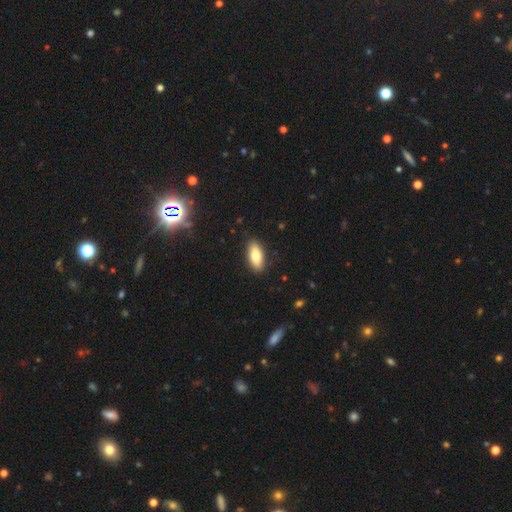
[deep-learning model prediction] smooth 78%, featured or disk 15%, star or artifact 7%. Down the decision tree: how rounded — in between (85%); merging — none (89%).